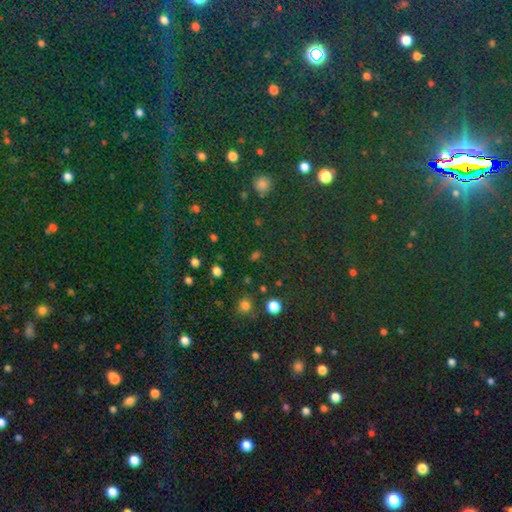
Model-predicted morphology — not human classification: star or artifact 69%, smooth 22%, featured or disk 8%.